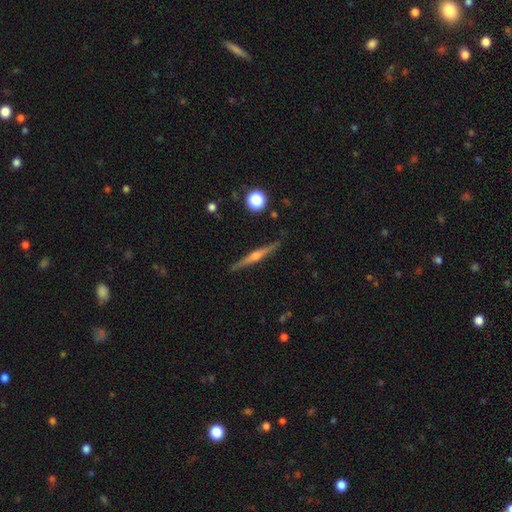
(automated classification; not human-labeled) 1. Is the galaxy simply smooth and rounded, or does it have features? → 76% featured or disk, 18% smooth, 7% star or artifact.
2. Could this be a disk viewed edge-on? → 98% yes, 2% no.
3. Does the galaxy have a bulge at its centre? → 88% rounded, 7% none, 5% boxy.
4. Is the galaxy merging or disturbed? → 90% none, 7% minor disturbance, 1% major disturbance, 1% merger.